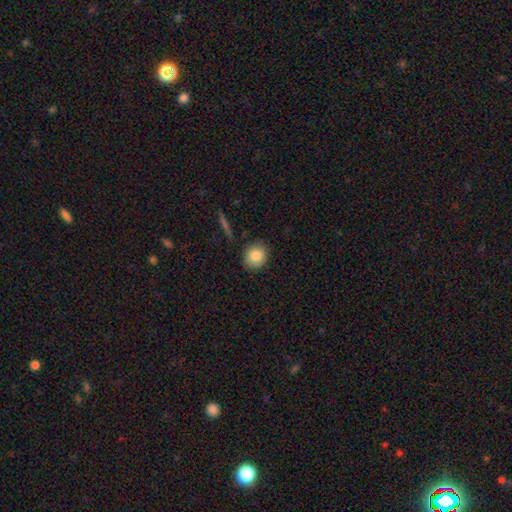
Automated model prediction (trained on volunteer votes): Smooth or featured?
  - smooth: 84% *
  - star or artifact: 8%
  - featured or disk: 8%
How rounded?
  - round: 75% *
  - in between: 24%
  - cigar-shaped: 1%
Merging?
  - none: 86% *
  - minor disturbance: 10%
  - major disturbance: 2%
  - merger: 2%